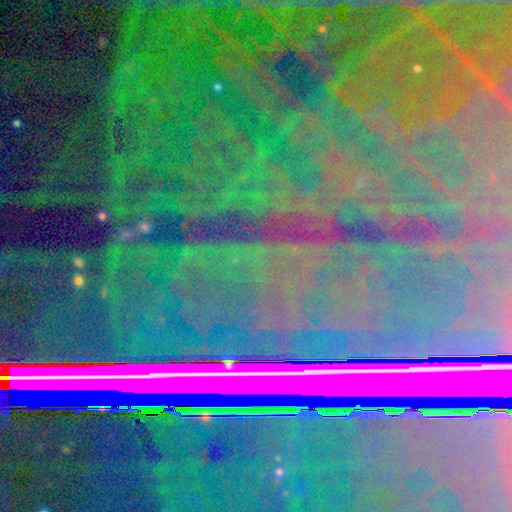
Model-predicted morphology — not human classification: type=star or artifact (87%).